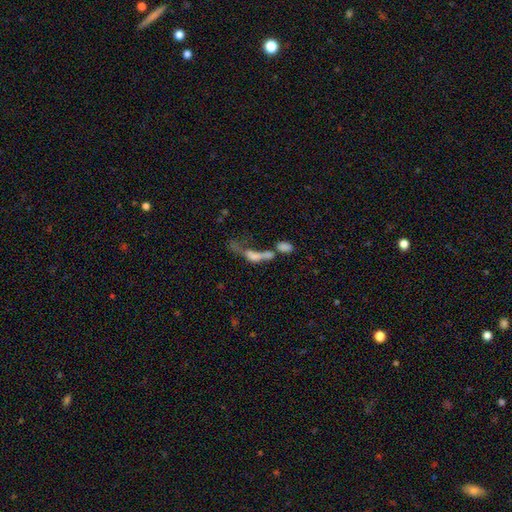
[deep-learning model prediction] Overall: smooth (47%; featured or disk 38%). Merging: merger (63%).